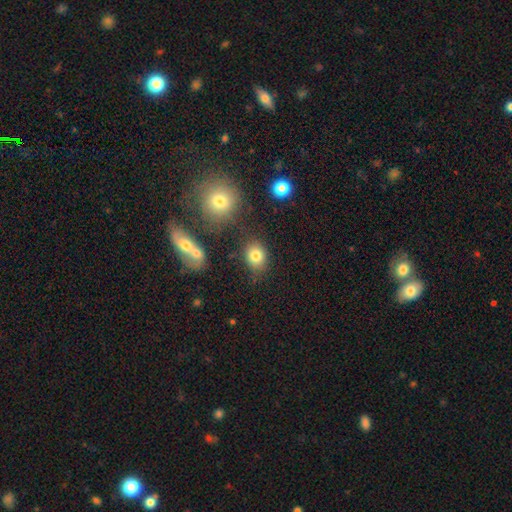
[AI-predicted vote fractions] Overall: smooth (81%). How rounded: round (51%; in between 48%). Merging: none (77%).